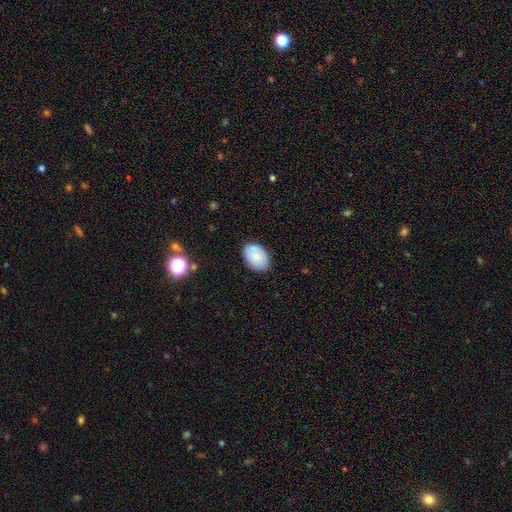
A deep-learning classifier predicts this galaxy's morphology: Q: Smooth or featured?
A: smooth (82%); runner-up: featured or disk (11%)
Q: How rounded?
A: in between (88%); runner-up: round (11%)
Q: Merging?
A: none (81%); runner-up: minor disturbance (14%)